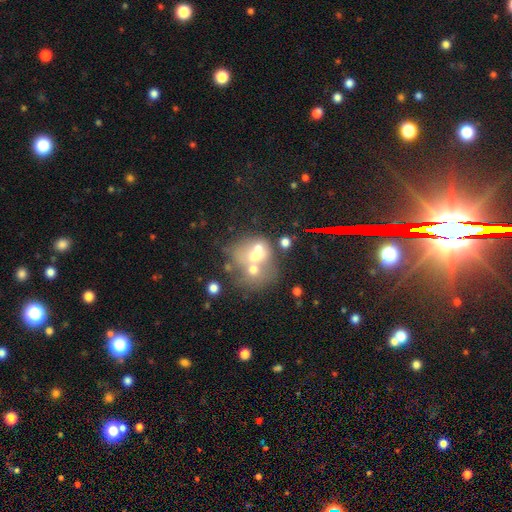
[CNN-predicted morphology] Smooth or featured?
  - smooth: 50% *
  - featured or disk: 35%
  - star or artifact: 16%
Merging?
  - merger: 63% *
  - none: 21%
  - major disturbance: 8%
  - minor disturbance: 8%